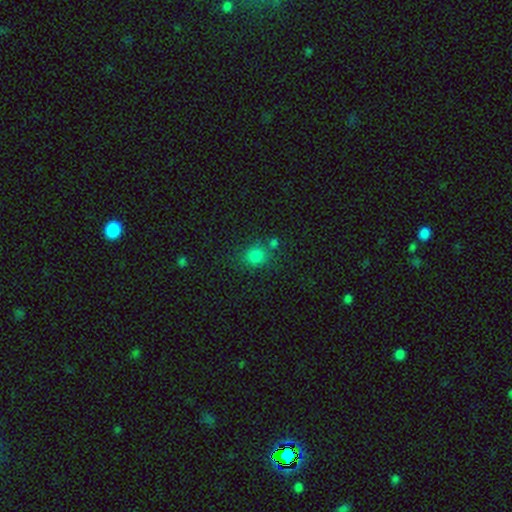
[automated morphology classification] Smooth or featured? Predicted: smooth (p=0.79). How rounded? Predicted: round (p=0.76). Merging? Predicted: none (p=0.66).